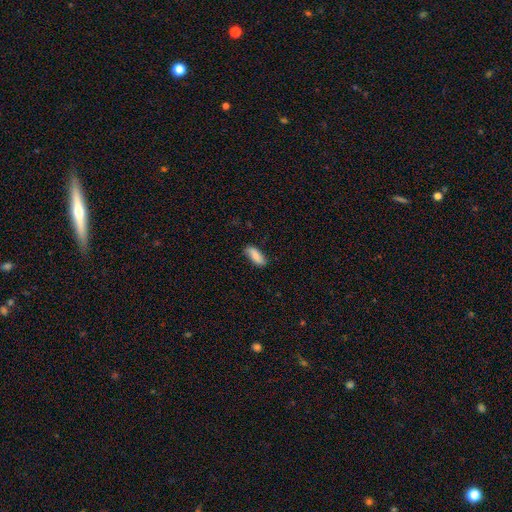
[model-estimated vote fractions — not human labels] smooth_or_featured: smooth (p=0.80) [alt: featured or disk p=0.14]
how_rounded: in between (p=0.75) [alt: cigar-shaped p=0.23]
merging: none (p=0.77) [alt: minor disturbance p=0.18]